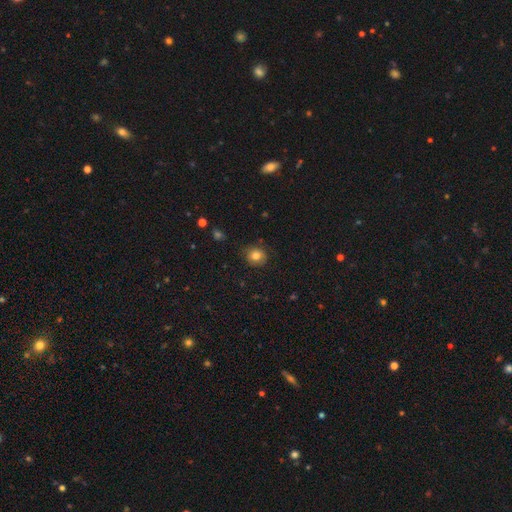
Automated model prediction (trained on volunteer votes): This is clearly a smooth galaxy (80%). How rounded: likely round (79%). Merging: clearly none (81%).